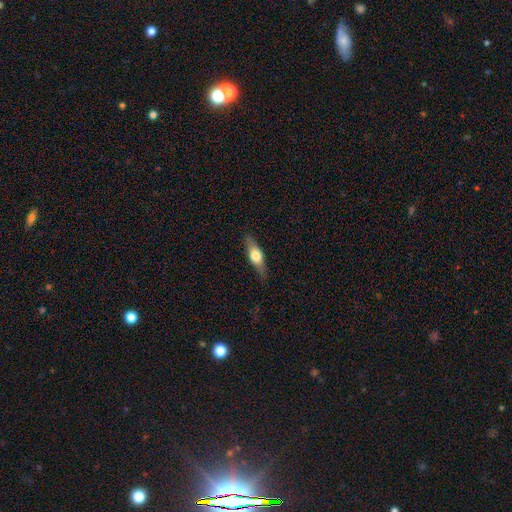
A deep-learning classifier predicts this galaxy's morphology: A smooth galaxy with no disk features (52%) that is in between round and cigar-shaped (50%).

Vote fractions:
- Smooth or featured? smooth: 52% / featured or disk: 42% / star or artifact: 6%
- How rounded? in between: 50% / cigar-shaped: 46% / round: 4%
- Merging? none: 82% / minor disturbance: 14% / major disturbance: 3% / merger: 1%